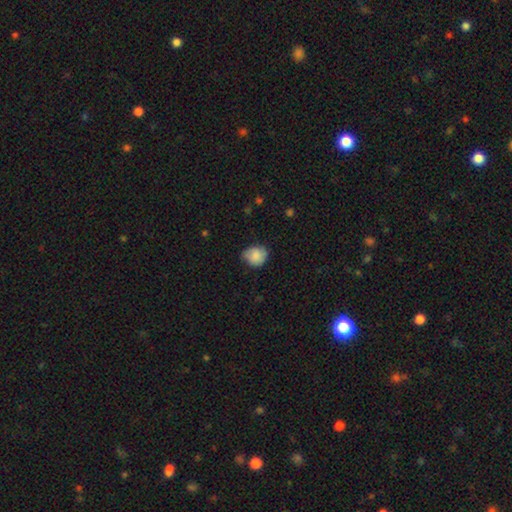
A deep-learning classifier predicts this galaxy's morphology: Smooth or featured?
  - smooth: 78% *
  - featured or disk: 15%
  - star or artifact: 8%
How rounded?
  - round: 69% *
  - in between: 30%
  - cigar-shaped: 1%
Merging?
  - none: 60% *
  - minor disturbance: 32%
  - major disturbance: 7%
  - merger: 1%